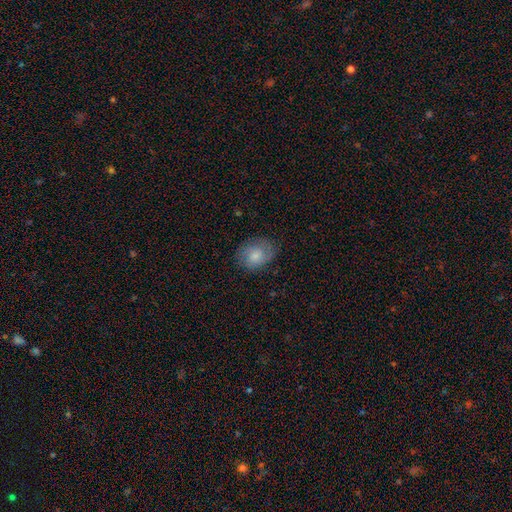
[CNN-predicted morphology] A smooth galaxy with no disk features (75%) that is in between round and cigar-shaped (58%).

Vote fractions:
- Smooth or featured? smooth: 75% / featured or disk: 17% / star or artifact: 7%
- How rounded? in between: 58% / round: 41% / cigar-shaped: 1%
- Merging? none: 75% / minor disturbance: 18% / major disturbance: 6% / merger: 1%